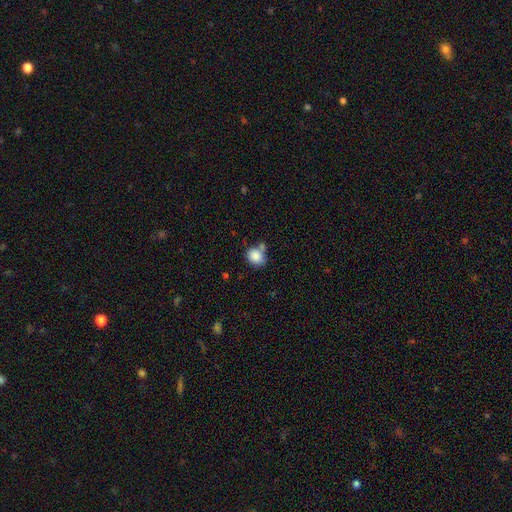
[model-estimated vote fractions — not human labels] smooth 86%, star or artifact 9%, featured or disk 5%. Down the decision tree: how rounded — round (62%); merging — none (60%).